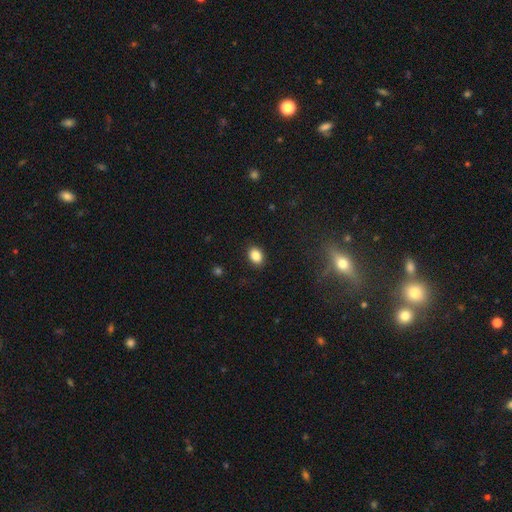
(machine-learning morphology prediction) type=smooth (86%); roundness=in between (70%); merging=none (88%).